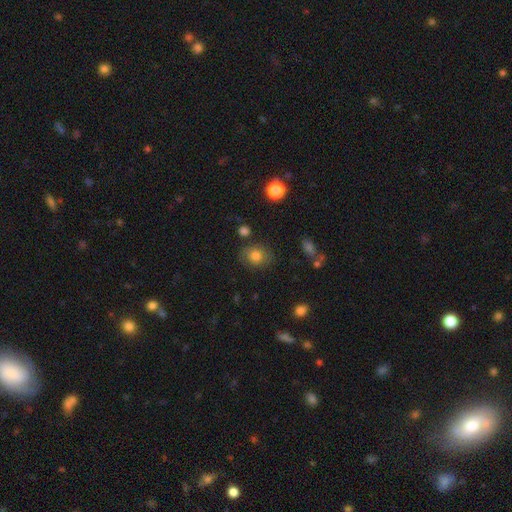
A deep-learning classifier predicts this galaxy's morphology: A smooth galaxy with no disk features (79%) that is round (55%). Merging: none (78%).